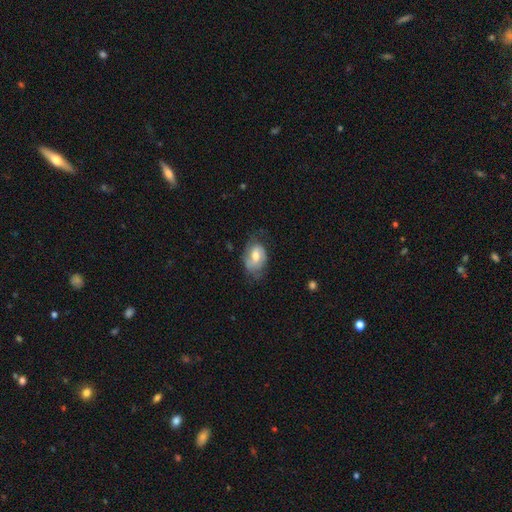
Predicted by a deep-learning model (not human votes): Smooth or featured: featured or disk — 47% (smooth — 46%)
Merging: none — 52% (minor disturbance — 32%)